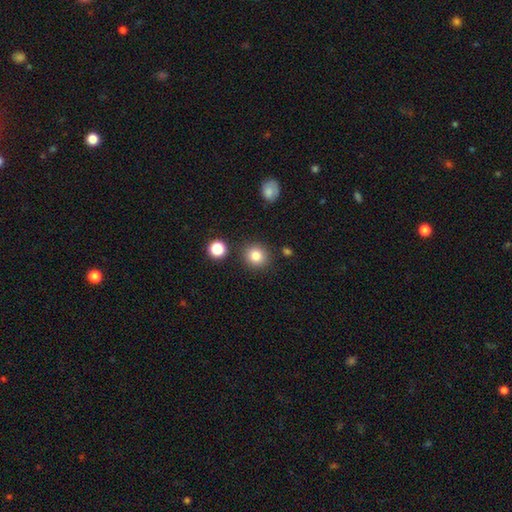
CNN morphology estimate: smooth_or_featured: smooth (p=0.83) [alt: star or artifact p=0.11]
how_rounded: round (p=0.88) [alt: in between p=0.11]
merging: none (p=0.86) [alt: minor disturbance p=0.07]